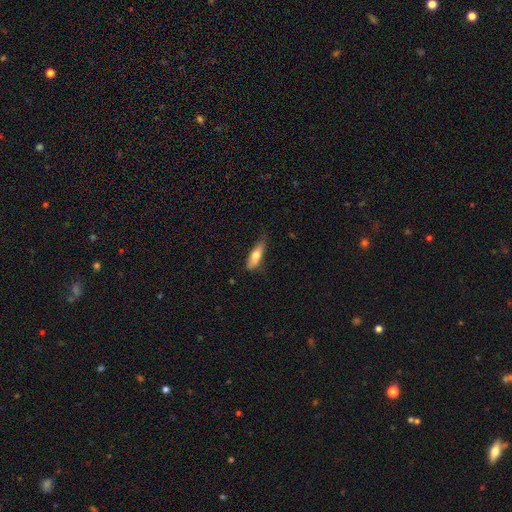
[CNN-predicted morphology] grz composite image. It shows a smooth galaxy with no disk features (66%) that is cigar-shaped (55%). Merging: none (68%).